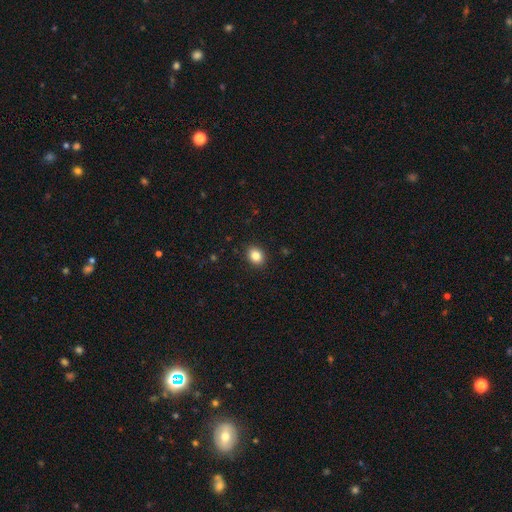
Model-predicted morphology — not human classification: Smooth or featured?
  - smooth: 85% *
  - star or artifact: 10%
  - featured or disk: 5%
How rounded?
  - in between: 59% *
  - round: 40%
  - cigar-shaped: 1%
Merging?
  - none: 90% *
  - minor disturbance: 7%
  - major disturbance: 2%
  - merger: 1%